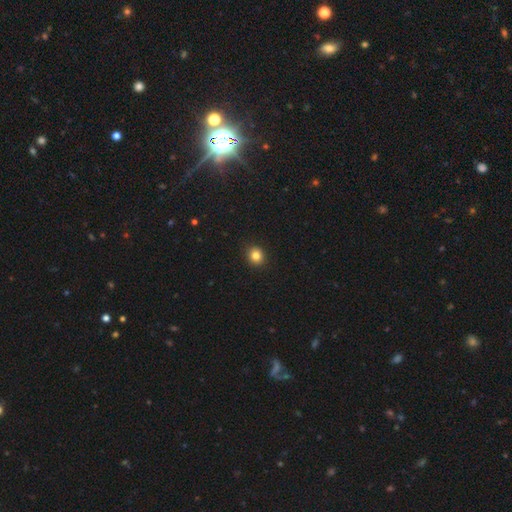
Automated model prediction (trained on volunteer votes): This appears to be a smooth galaxy with no disk features (83%) that is round (81%). Merging: none (91%).